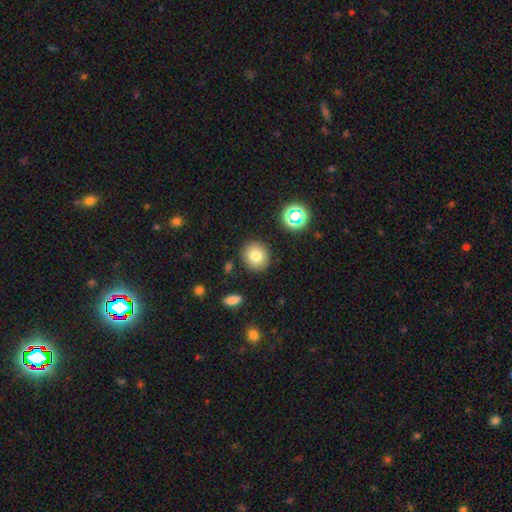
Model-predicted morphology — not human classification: A smooth galaxy with no disk features (77%) that is round (86%). Merging: none (86%).